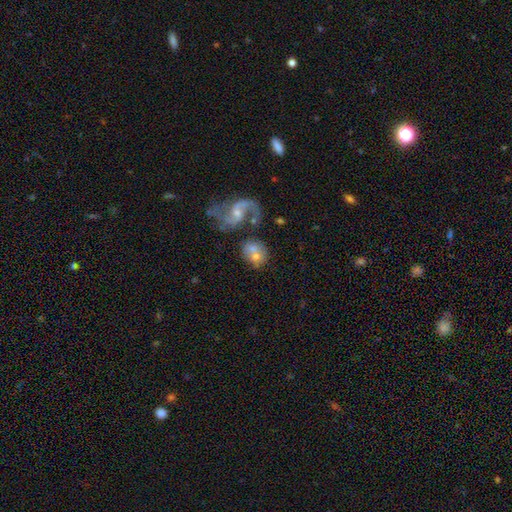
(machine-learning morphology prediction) type=featured or disk (47%); merging=merger (45%).